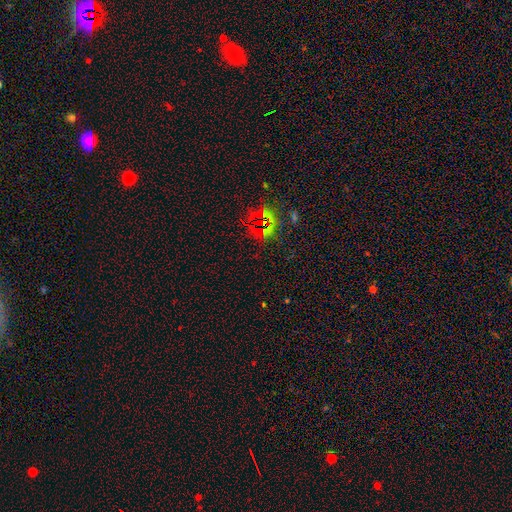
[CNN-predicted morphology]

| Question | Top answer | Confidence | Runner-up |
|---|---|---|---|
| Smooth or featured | star or artifact | 73% | smooth (19%) |